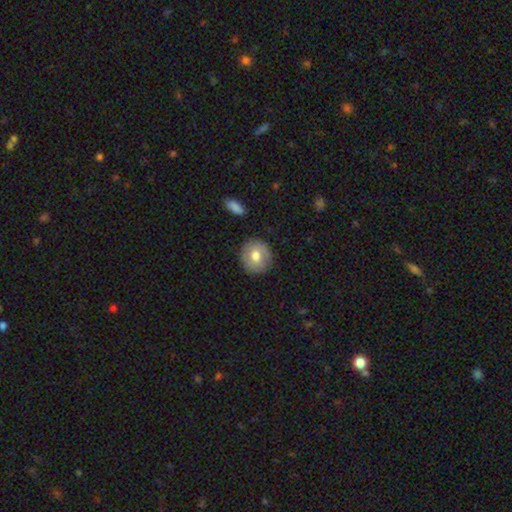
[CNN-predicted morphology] Smooth or featured?
  - smooth: 72% *
  - featured or disk: 21%
  - star or artifact: 7%
How rounded?
  - round: 89% *
  - in between: 10%
  - cigar-shaped: 1%
Merging?
  - none: 88% *
  - minor disturbance: 8%
  - major disturbance: 2%
  - merger: 1%